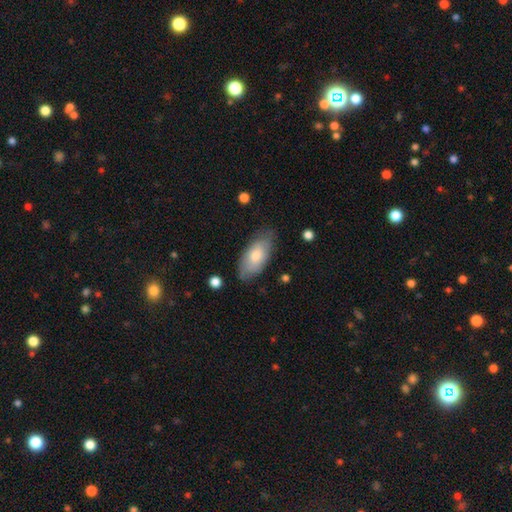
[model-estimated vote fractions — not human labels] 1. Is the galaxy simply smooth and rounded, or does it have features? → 70% smooth, 25% featured or disk, 6% star or artifact.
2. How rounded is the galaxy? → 90% in between, 7% cigar-shaped, 3% round.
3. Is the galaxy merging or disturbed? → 71% none, 23% minor disturbance, 5% major disturbance, 2% merger.